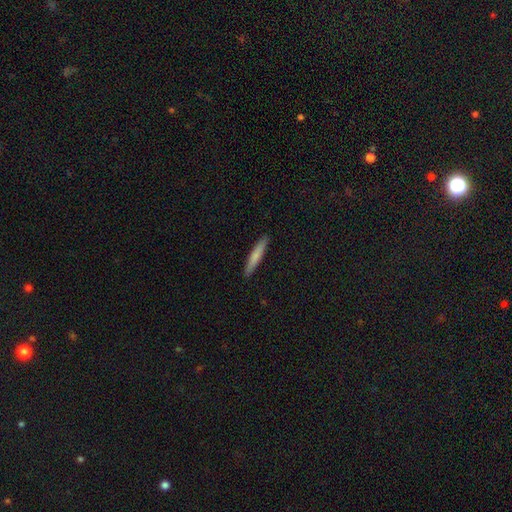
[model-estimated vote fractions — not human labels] Smooth or featured?
  - smooth: 74% *
  - featured or disk: 20%
  - star or artifact: 5%
How rounded?
  - cigar-shaped: 94% *
  - in between: 5%
  - round: 1%
Merging?
  - none: 91% *
  - minor disturbance: 6%
  - major disturbance: 1%
  - merger: 1%